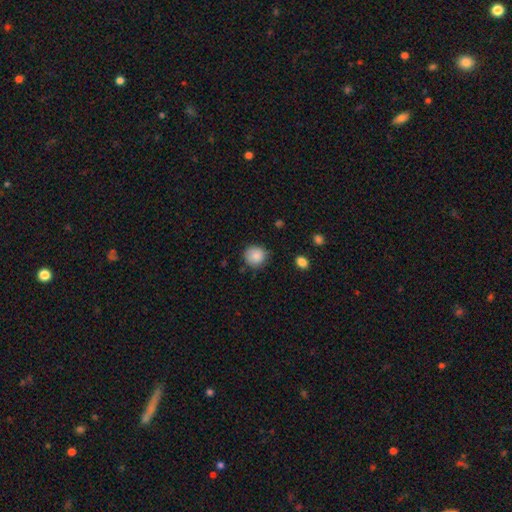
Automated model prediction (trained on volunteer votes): A smooth galaxy with no disk features (87%) that is round (87%).

Vote fractions:
- Smooth or featured? smooth: 87% / star or artifact: 9% / featured or disk: 4%
- How rounded? round: 87% / in between: 12% / cigar-shaped: 1%
- Merging? none: 78% / minor disturbance: 16% / major disturbance: 4% / merger: 2%